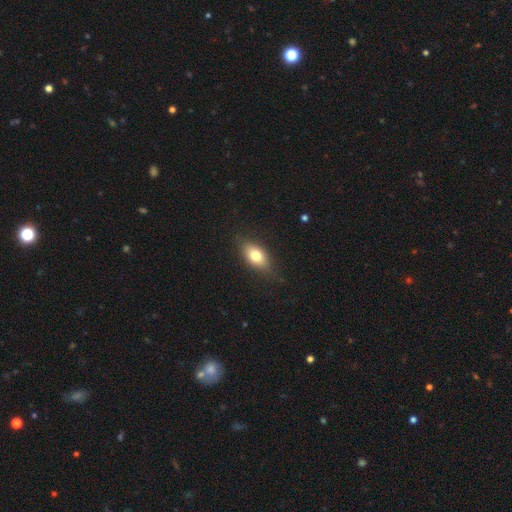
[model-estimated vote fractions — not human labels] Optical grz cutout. It shows a smooth galaxy with no disk features (75%) that is in between round and cigar-shaped (84%). Merging: none (81%).